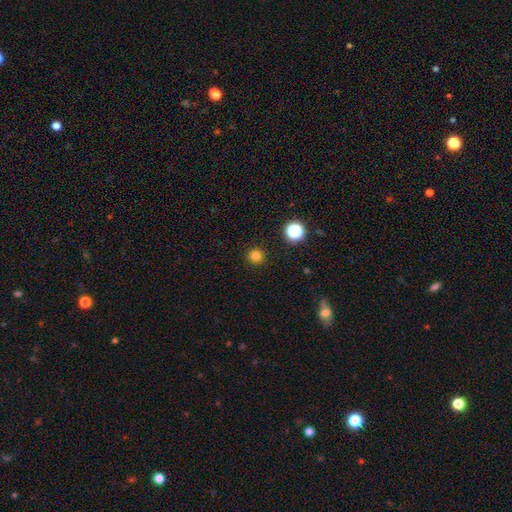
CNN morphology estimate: This is clearly a smooth galaxy (80%). How rounded: clearly round (95%). Merging: clearly none (92%).